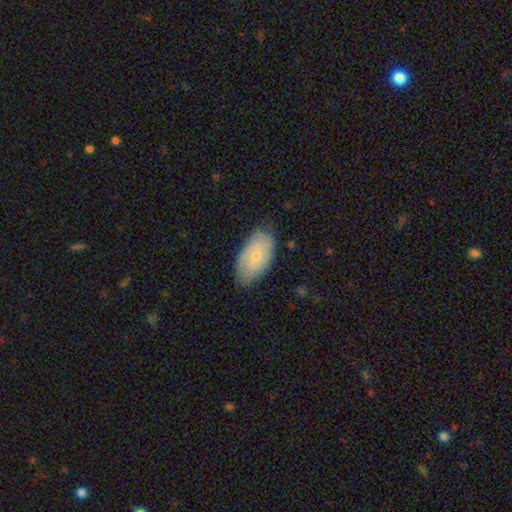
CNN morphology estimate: Smooth or featured?
  - featured or disk: 49% *
  - smooth: 45%
  - star or artifact: 6%
Merging?
  - none: 78% *
  - minor disturbance: 18%
  - major disturbance: 3%
  - merger: 1%